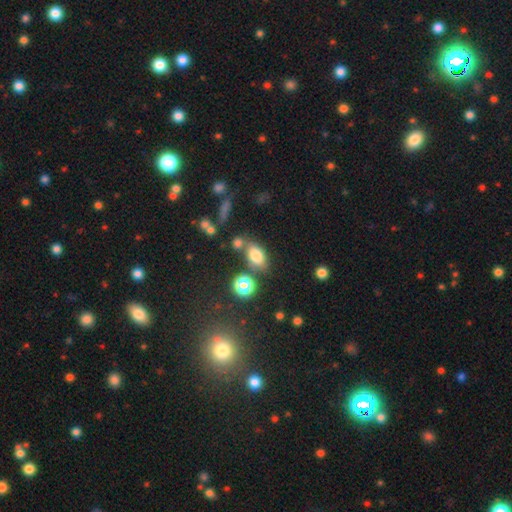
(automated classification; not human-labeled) Morphology: type=smooth (78%); roundness=in between (82%); merging=none (60%).